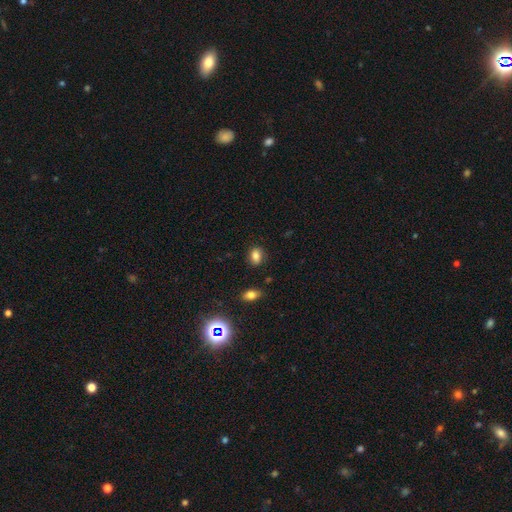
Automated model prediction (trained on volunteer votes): Smooth or featured? Predicted: smooth (p=0.82). How rounded? Predicted: in between (p=0.70). Merging? Predicted: none (p=0.82).